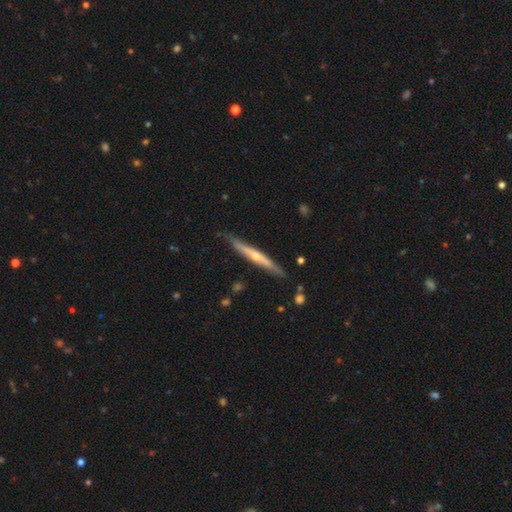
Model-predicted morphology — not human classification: smooth-or-featured: featured or disk: 69% | smooth: 26% | star or artifact: 6%
  disk-edge-on: yes: 95% | no: 5%
    edge-on-bulge: rounded: 73% | none: 24% | boxy: 4%
  merging: none: 83% | minor disturbance: 13% | major disturbance: 2% | merger: 2%